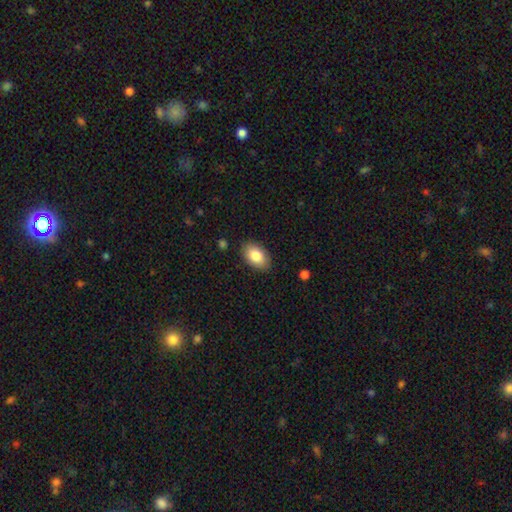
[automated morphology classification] A smooth galaxy with no disk features (83%) that is in between round and cigar-shaped (91%).

Vote fractions:
- Smooth or featured? smooth: 83% / featured or disk: 10% / star or artifact: 7%
- How rounded? in between: 91% / round: 8% / cigar-shaped: 1%
- Merging? none: 87% / minor disturbance: 10% / major disturbance: 2% / merger: 1%